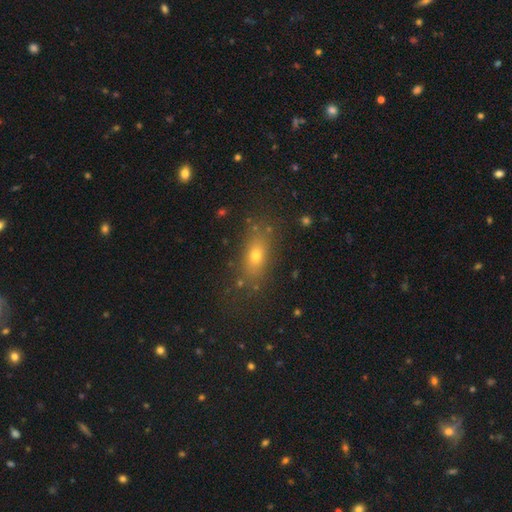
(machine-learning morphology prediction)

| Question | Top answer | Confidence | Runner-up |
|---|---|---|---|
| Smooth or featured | smooth | 68% | featured or disk (16%) |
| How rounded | in between | 69% | cigar-shaped (16%) |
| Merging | none | 77% | minor disturbance (14%) |